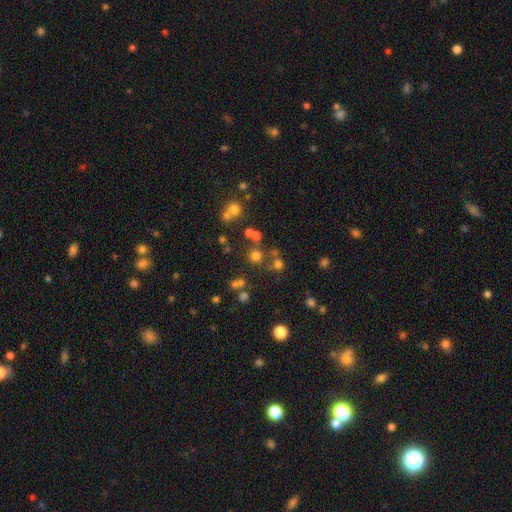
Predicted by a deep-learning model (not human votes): smooth_or_featured: smooth (p=0.65) [alt: star or artifact p=0.25]
how_rounded: round (p=0.92) [alt: in between p=0.07]
merging: none (p=0.72) [alt: merger p=0.16]